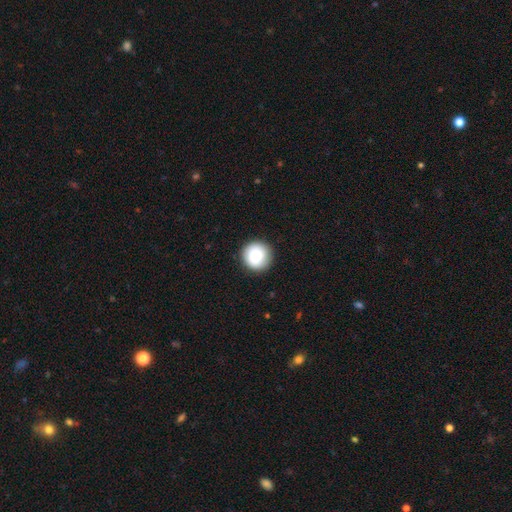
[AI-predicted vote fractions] Smooth or featured?
  - smooth: 82% *
  - featured or disk: 10%
  - star or artifact: 8%
How rounded?
  - round: 95% *
  - in between: 4%
  - cigar-shaped: 1%
Merging?
  - none: 90% *
  - minor disturbance: 7%
  - major disturbance: 2%
  - merger: 1%